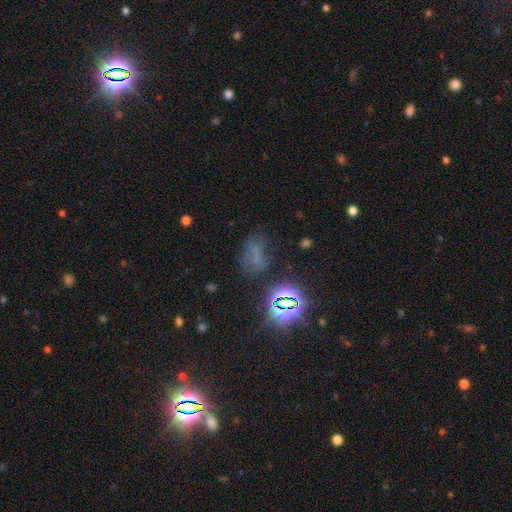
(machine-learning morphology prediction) Smooth or featured? star or artifact (47%)